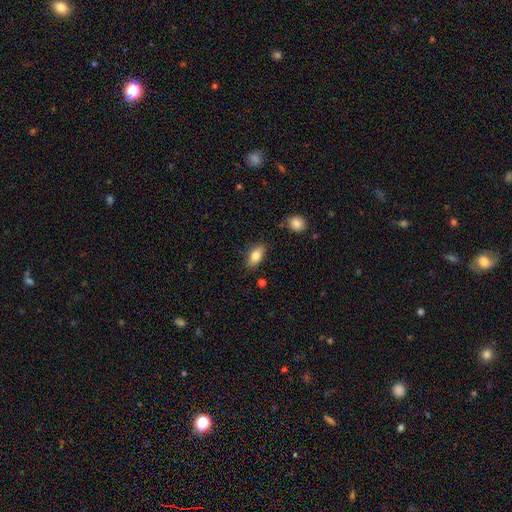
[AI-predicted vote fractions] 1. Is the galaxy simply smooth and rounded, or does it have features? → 79% smooth, 13% featured or disk, 8% star or artifact.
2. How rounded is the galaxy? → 87% in between, 7% cigar-shaped, 5% round.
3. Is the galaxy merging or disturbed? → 83% none, 12% minor disturbance, 3% major disturbance, 2% merger.